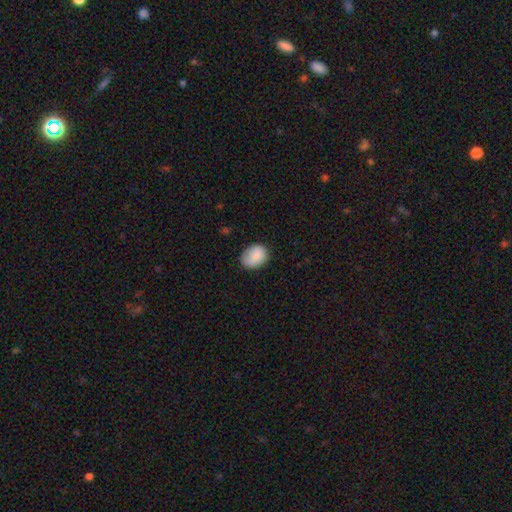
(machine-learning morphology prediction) smooth_or_featured: smooth (p=0.85) [alt: featured or disk p=0.08]
how_rounded: in between (p=0.64) [alt: round p=0.35]
merging: none (p=0.70) [alt: minor disturbance p=0.23]